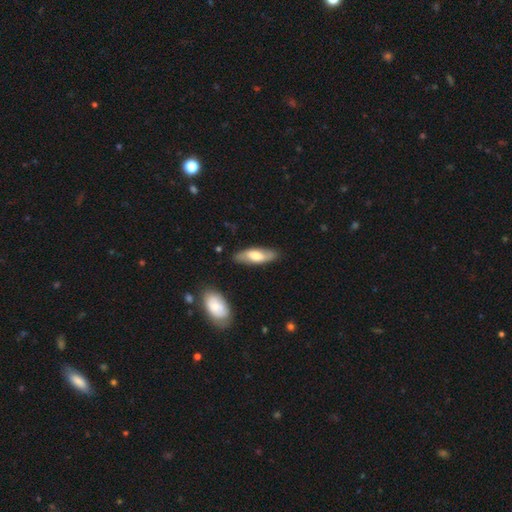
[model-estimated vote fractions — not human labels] Overall: smooth (59%; featured or disk 36%). How rounded: in between (67%; cigar-shaped 31%). Merging: none (84%).